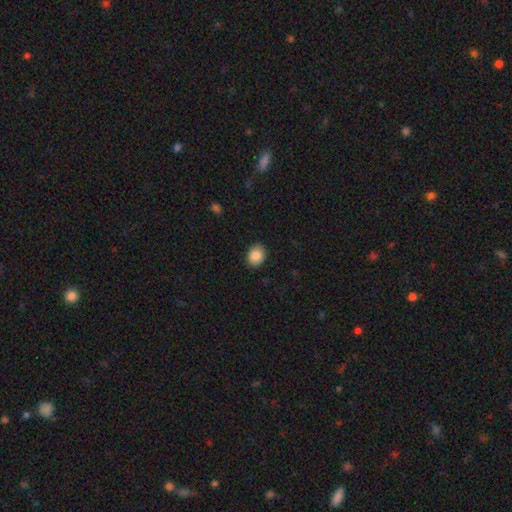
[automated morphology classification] smooth 87%, star or artifact 8%, featured or disk 5%. Down the decision tree: how rounded — round (52%); merging — none (90%).